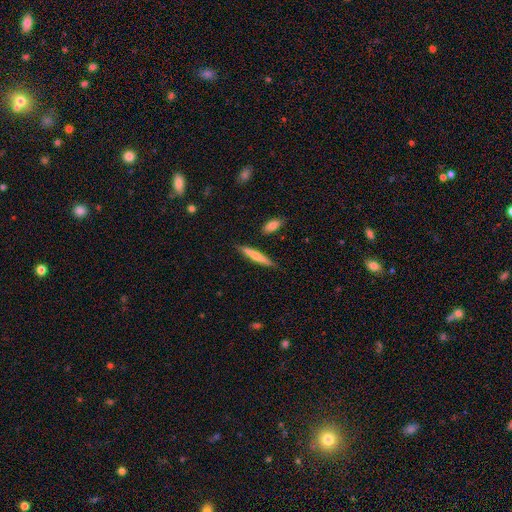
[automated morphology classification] Q: Smooth or featured?
A: smooth (66%); runner-up: featured or disk (29%)
Q: How rounded?
A: cigar-shaped (92%); runner-up: in between (6%)
Q: Merging?
A: none (85%); runner-up: minor disturbance (10%)